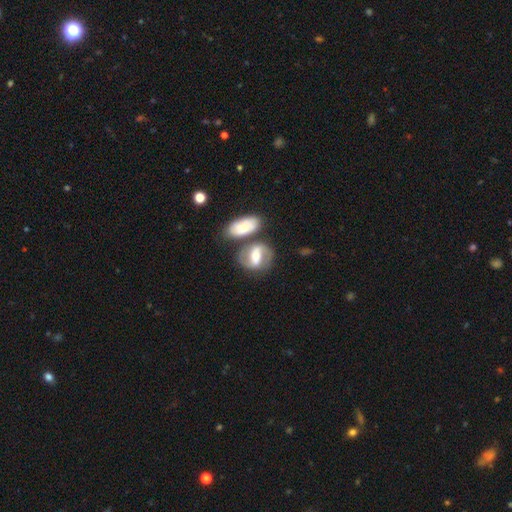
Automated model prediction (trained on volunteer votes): This appears to be a featured or disk galaxy (66%) with a strong bar (41%), spiral arms (80%) and a moderate central bulge (64%). Merging: none (52%).